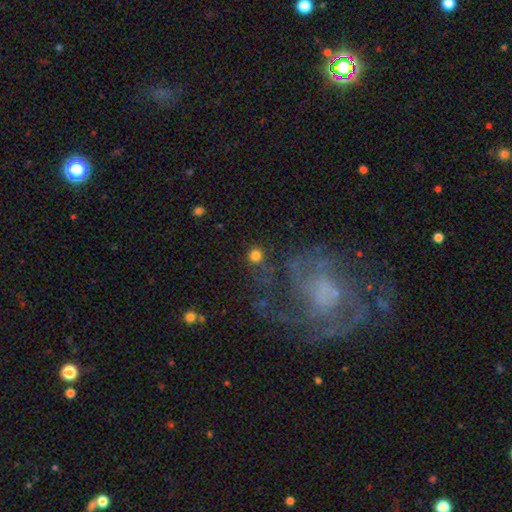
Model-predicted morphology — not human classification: Smooth or featured? Predicted: smooth (p=0.77). How rounded? Predicted: round (p=0.94). Merging? Predicted: none (p=0.79).